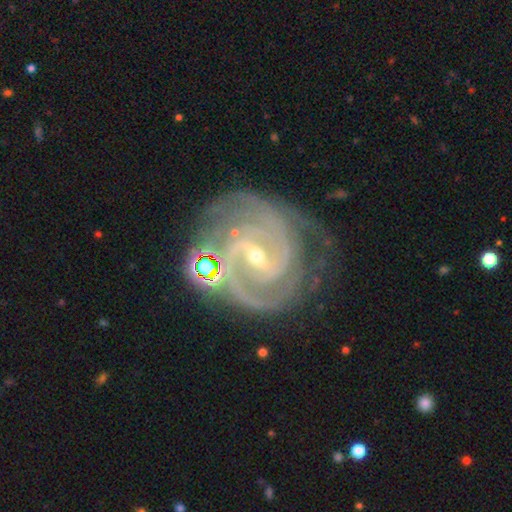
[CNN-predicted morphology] This is clearly a featured or disk galaxy (90%). It is clearly not viewed edge-on (97%). Bar: possibly weak (46%). Spiral arm pattern: clearly yes (98%). Spiral arm count: marginally 2 (42%). Spiral winding: likely tight (67%). Central bulge: likely small (67%). Merging: likely none (65%).